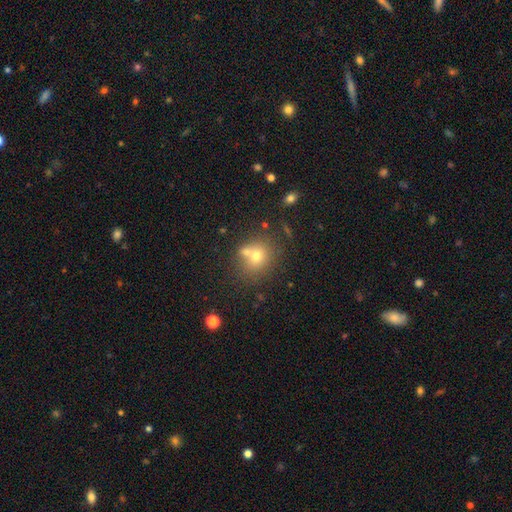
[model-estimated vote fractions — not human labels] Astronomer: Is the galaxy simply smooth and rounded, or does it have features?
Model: smooth — 67%.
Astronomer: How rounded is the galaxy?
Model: round — 77%.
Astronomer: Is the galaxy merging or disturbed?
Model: none — 53% (runner-up: merger, 32%).